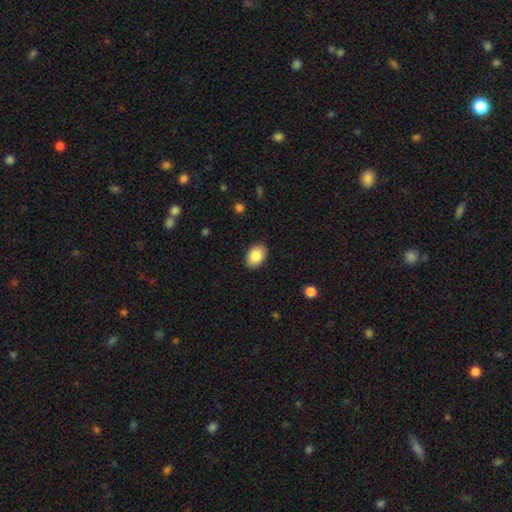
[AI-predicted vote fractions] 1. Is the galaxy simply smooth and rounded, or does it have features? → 87% smooth, 7% star or artifact, 6% featured or disk.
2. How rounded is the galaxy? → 84% in between, 15% round, 1% cigar-shaped.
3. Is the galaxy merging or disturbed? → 88% none, 9% minor disturbance, 2% major disturbance, 1% merger.